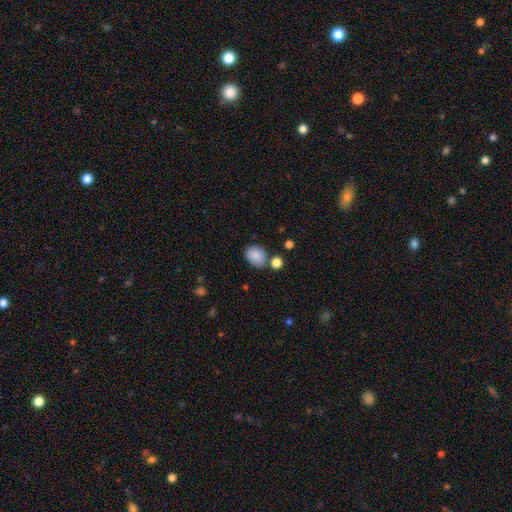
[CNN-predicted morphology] Q: Smooth or featured?
A: smooth (86%); runner-up: star or artifact (8%)
Q: How rounded?
A: in between (68%); runner-up: round (31%)
Q: Merging?
A: none (68%); runner-up: minor disturbance (16%)